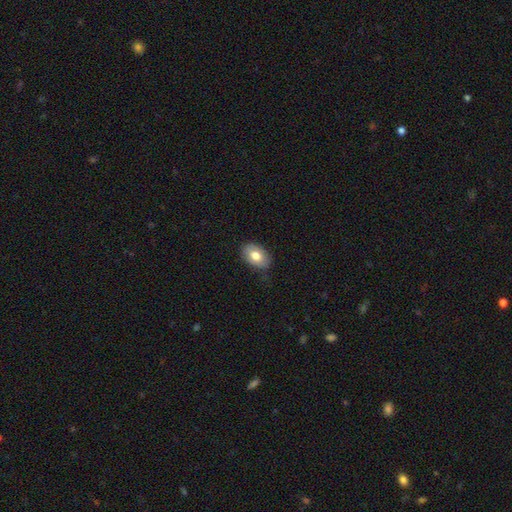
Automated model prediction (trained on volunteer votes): smooth 77%, featured or disk 16%, star or artifact 7%. Down the decision tree: how rounded — in between (87%); merging — none (79%).